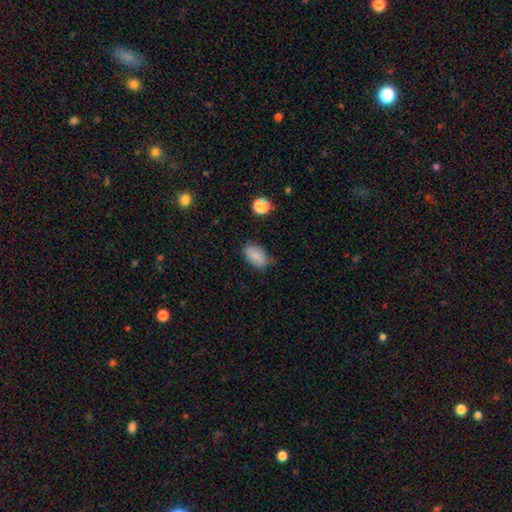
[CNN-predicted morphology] Overall: smooth (85%). How rounded: in between (91%). Merging: none (69%).